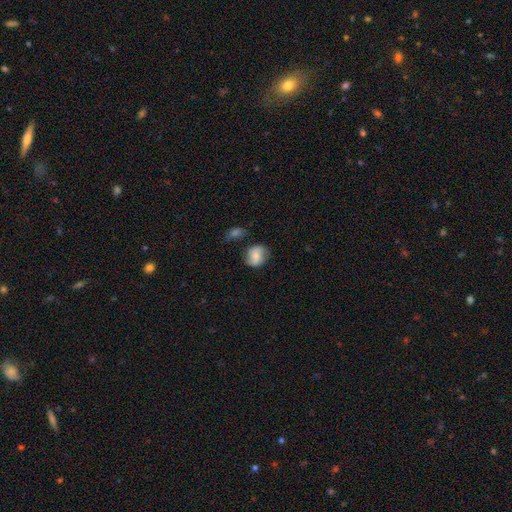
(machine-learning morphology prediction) smooth 65%, featured or disk 27%, star or artifact 8%. Down the decision tree: how rounded — round (67%); merging — none (64%).